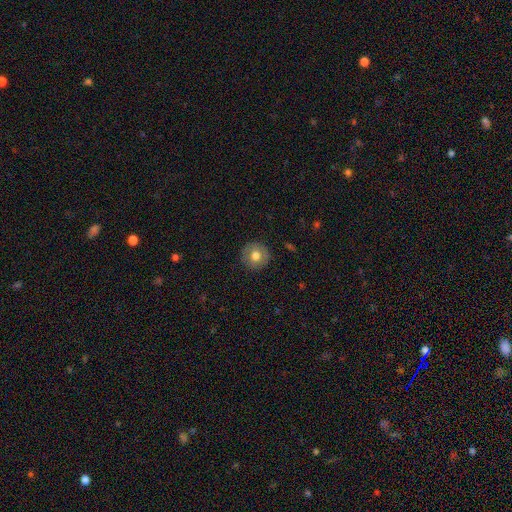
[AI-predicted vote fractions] This appears to be a smooth galaxy with no disk features (70%) that is round (94%). Merging: none (89%).